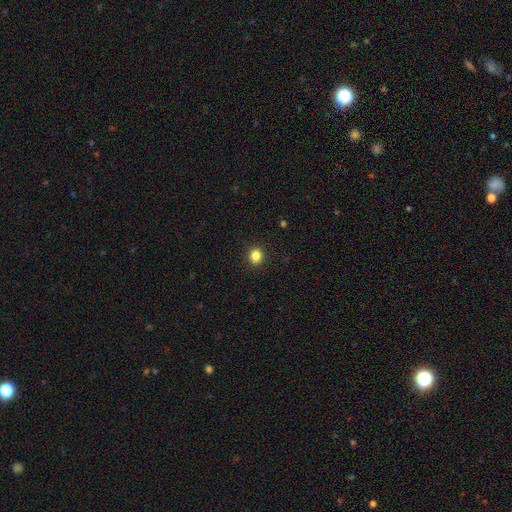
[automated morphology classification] A smooth galaxy with no disk features (85%) that is round (81%).

Vote fractions:
- Smooth or featured? smooth: 85% / star or artifact: 11% / featured or disk: 4%
- How rounded? round: 81% / in between: 18% / cigar-shaped: 1%
- Merging? none: 92% / minor disturbance: 5% / major disturbance: 2% / merger: 1%